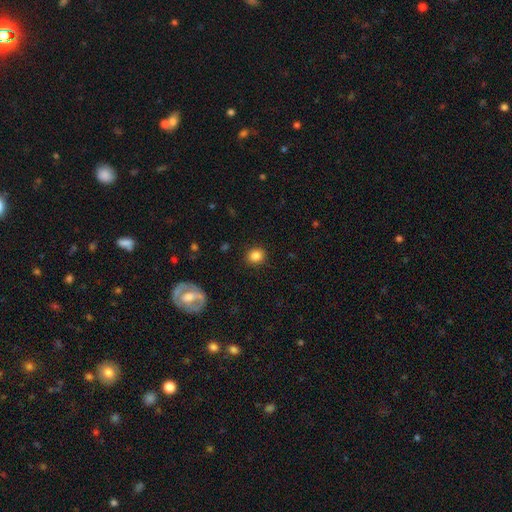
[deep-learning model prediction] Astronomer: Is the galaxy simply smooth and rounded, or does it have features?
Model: smooth — 84%.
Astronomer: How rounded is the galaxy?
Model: round — 80%.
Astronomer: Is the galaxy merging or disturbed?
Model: none — 89%.